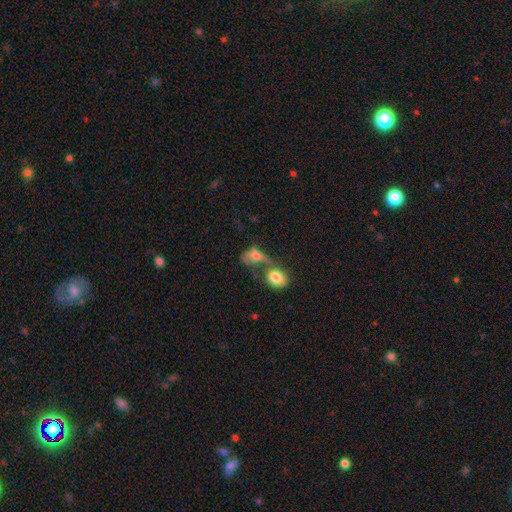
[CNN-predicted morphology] Overall: smooth (63%; featured or disk 26%). How rounded: in between (69%). Merging: merger (55%; none 21%).